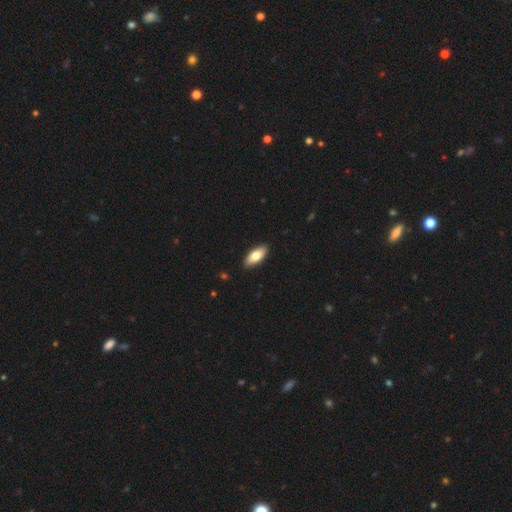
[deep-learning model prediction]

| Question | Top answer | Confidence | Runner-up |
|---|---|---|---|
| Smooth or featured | smooth | 79% | featured or disk (15%) |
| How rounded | in between | 86% | cigar-shaped (12%) |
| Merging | none | 90% | minor disturbance (8%) |